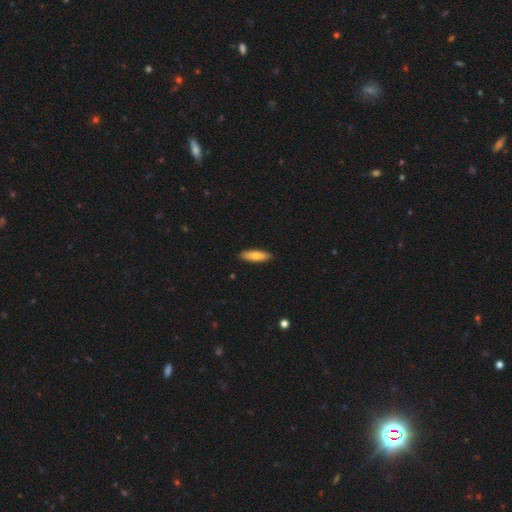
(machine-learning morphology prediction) Smooth or featured?
  - smooth: 75% *
  - featured or disk: 19%
  - star or artifact: 6%
How rounded?
  - cigar-shaped: 61% *
  - in between: 37%
  - round: 2%
Merging?
  - none: 90% *
  - minor disturbance: 7%
  - major disturbance: 1%
  - merger: 1%